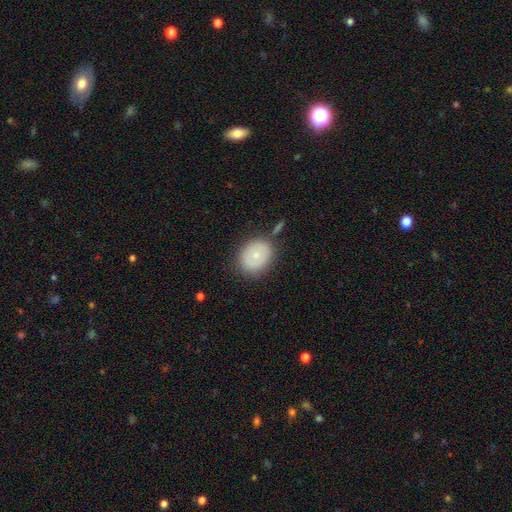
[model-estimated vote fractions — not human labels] The model was most divided on "how rounded": round: 52%, in between: 47%, cigar-shaped: 1%. More confident: merging — none (75%); smooth or featured — smooth (70%).